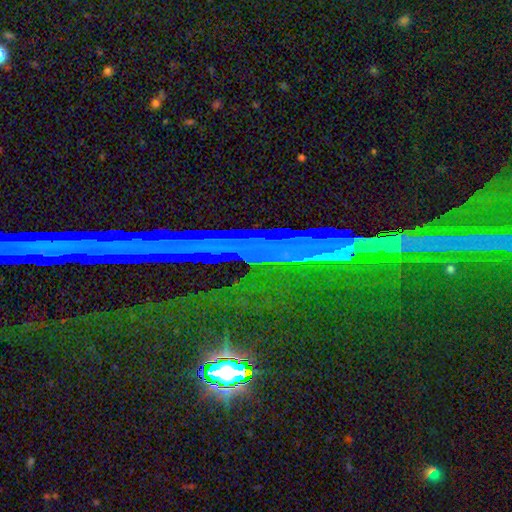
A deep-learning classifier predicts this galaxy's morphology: Q: Smooth or featured?
A: star or artifact (86%); runner-up: featured or disk (7%)